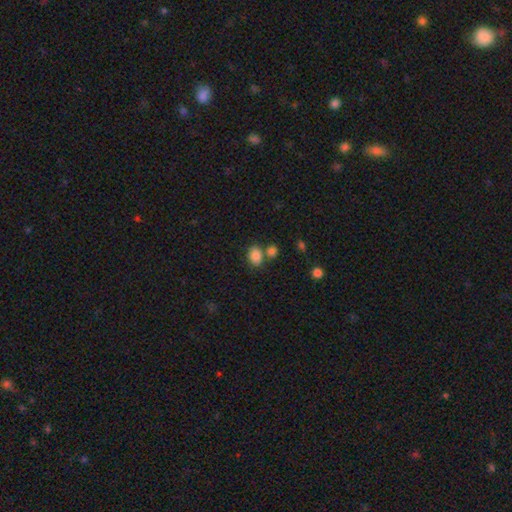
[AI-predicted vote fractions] This is clearly a smooth galaxy (83%). How rounded: likely in between (69%). Merging: likely none (61%).